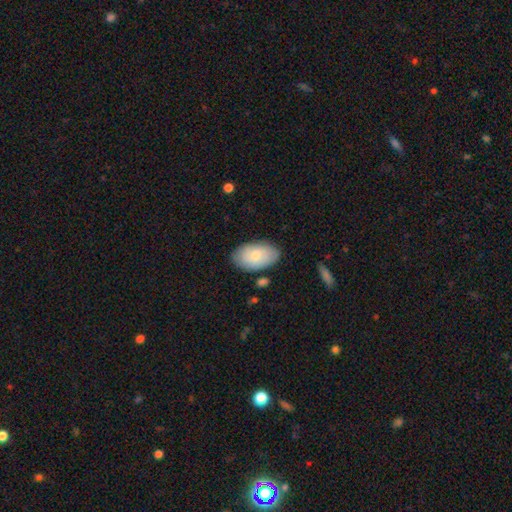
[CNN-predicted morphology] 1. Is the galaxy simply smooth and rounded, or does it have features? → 71% smooth, 23% featured or disk, 6% star or artifact.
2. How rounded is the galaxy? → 94% in between, 5% round, 1% cigar-shaped.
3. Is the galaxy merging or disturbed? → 79% none, 15% minor disturbance, 3% major disturbance, 3% merger.